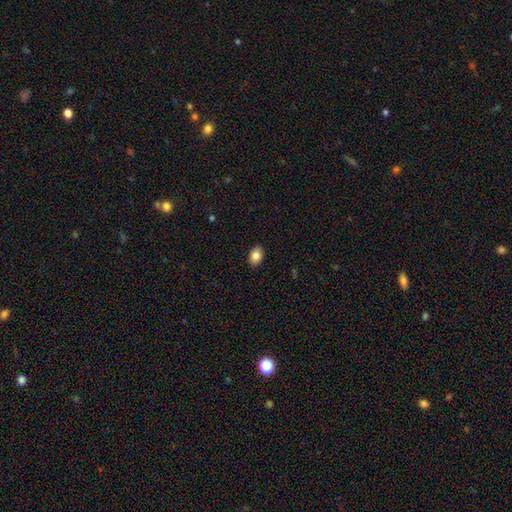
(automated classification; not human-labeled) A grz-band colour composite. It shows a smooth galaxy with no disk features (86%) that is in between round and cigar-shaped (82%). Merging: none (90%).